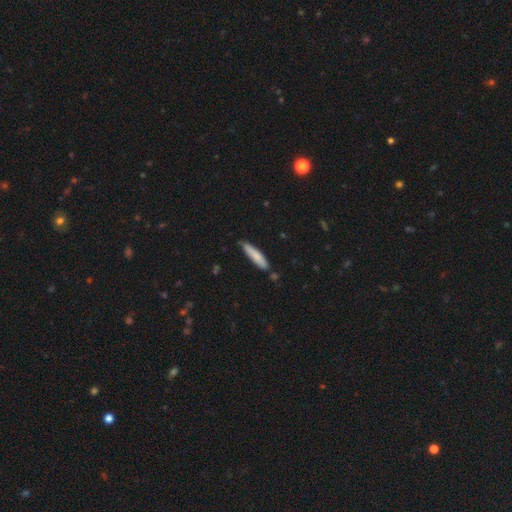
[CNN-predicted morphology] Overall: smooth (79%). How rounded: cigar-shaped (87%). Merging: none (78%).